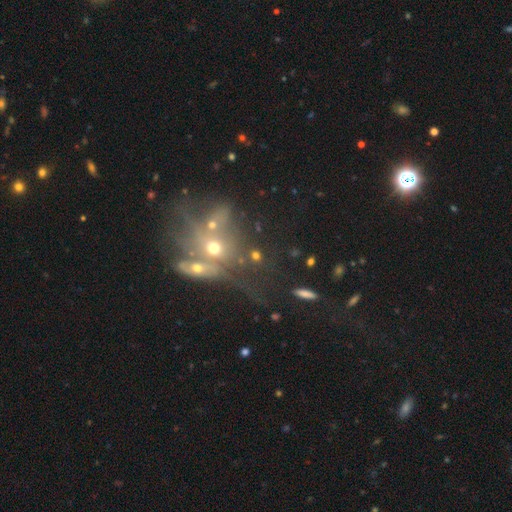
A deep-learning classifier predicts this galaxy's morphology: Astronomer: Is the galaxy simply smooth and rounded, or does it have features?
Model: smooth — 61%.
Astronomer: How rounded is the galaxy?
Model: round — 68%.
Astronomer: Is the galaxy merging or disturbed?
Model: none — 51% (runner-up: merger, 29%).